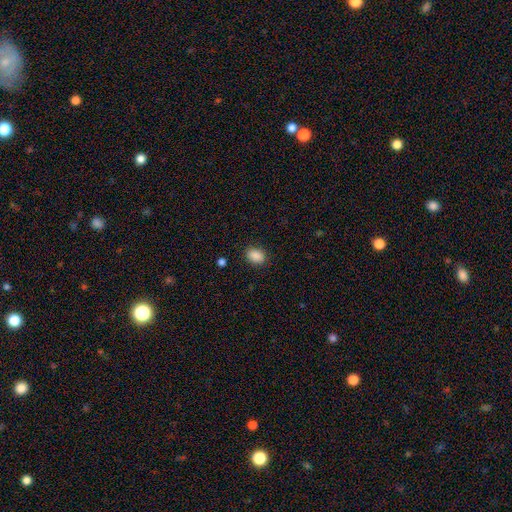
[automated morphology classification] type=smooth (89%); roundness=in between (74%); merging=none (88%).